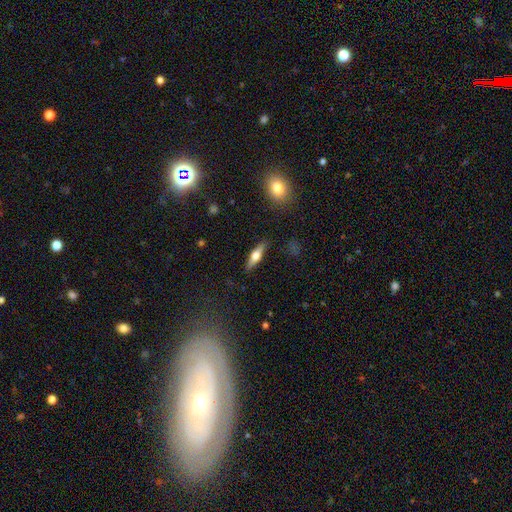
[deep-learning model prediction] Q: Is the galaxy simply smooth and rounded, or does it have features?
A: featured or disk — 50%.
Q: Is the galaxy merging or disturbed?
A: none — 87%.